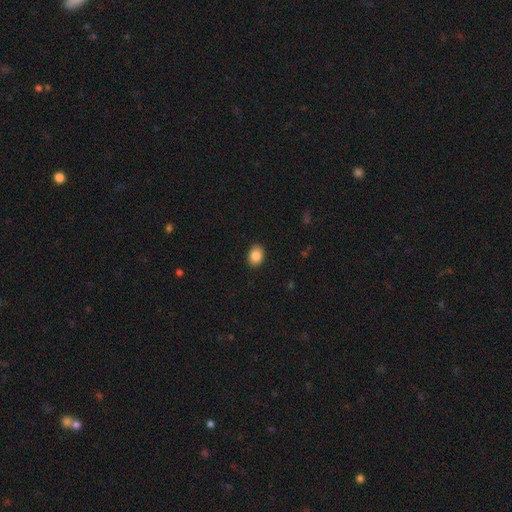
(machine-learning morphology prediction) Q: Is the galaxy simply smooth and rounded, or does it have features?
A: smooth — 87%.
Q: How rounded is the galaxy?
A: in between — 69%.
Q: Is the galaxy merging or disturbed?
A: none — 88%.